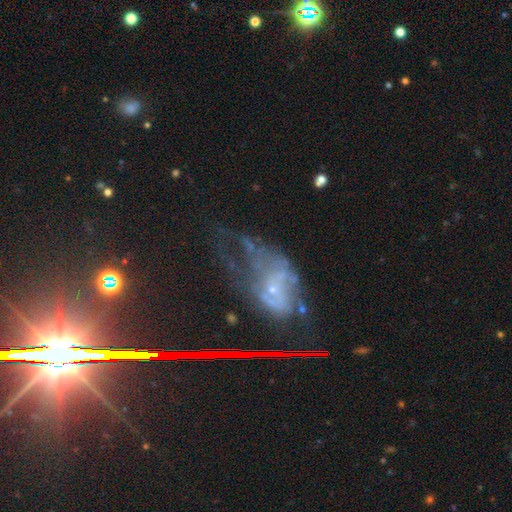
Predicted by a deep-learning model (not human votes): Smooth or featured: featured or disk — 51% (star or artifact — 33%)
Edge-on disk: no — 89% (yes — 11%)
Merging: major disturbance — 36% (none — 35%)